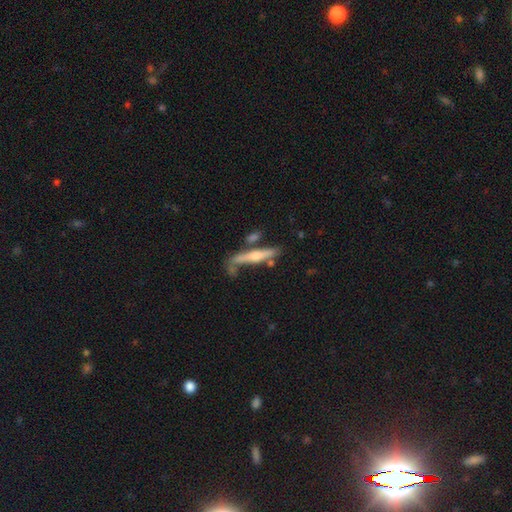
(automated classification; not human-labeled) Smooth or featured? Predicted: featured or disk (p=0.59). Edge-on disk? Predicted: yes (p=0.93). Edge-on bulge? Predicted: rounded (p=0.80). Merging? Predicted: none (p=0.60).